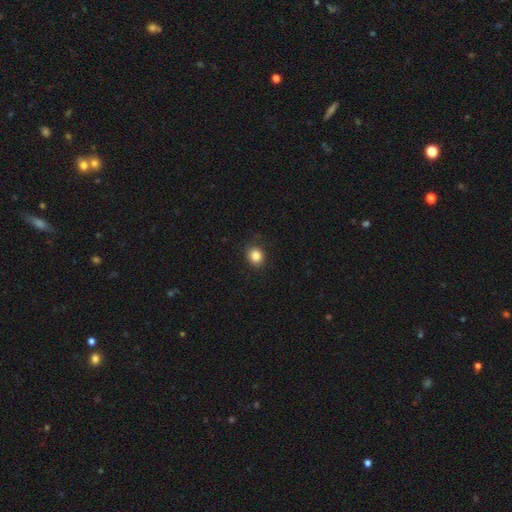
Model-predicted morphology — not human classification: Overall: smooth (85%). How rounded: round (74%). Merging: none (87%).